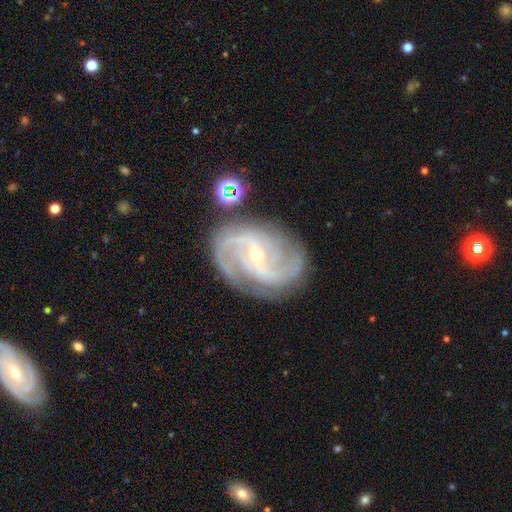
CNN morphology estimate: Smooth or featured? Predicted: featured or disk (p=0.90). Edge-on disk? Predicted: no (p=0.97). Bar? Predicted: weak (p=0.43). Spiral arms? Predicted: yes (p=0.98). Spiral winding? Predicted: medium (p=0.50). Spiral arm count? Predicted: 2 (p=0.42). Bulge size? Predicted: small (p=0.80). Merging? Predicted: none (p=0.75).